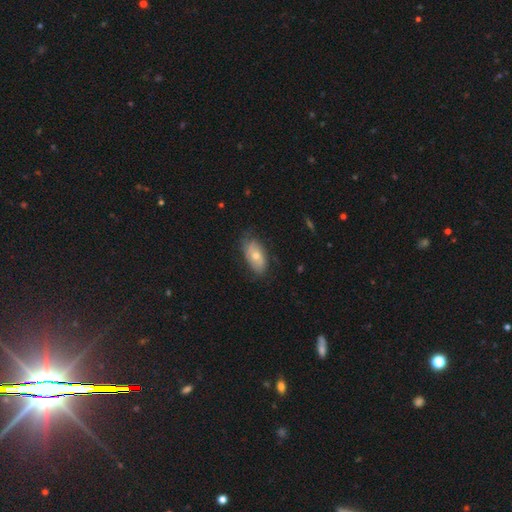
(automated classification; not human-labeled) Morphology: type=smooth (54%); roundness=in between (92%); merging=none (65%).